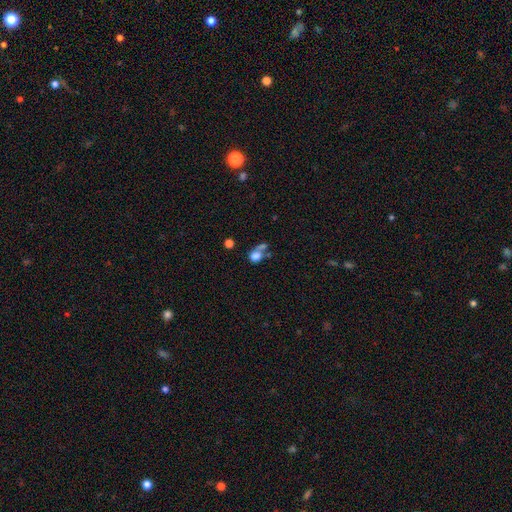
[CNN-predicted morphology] A smooth galaxy with no disk features (77%) that is round (63%). Merging: merger (43%).